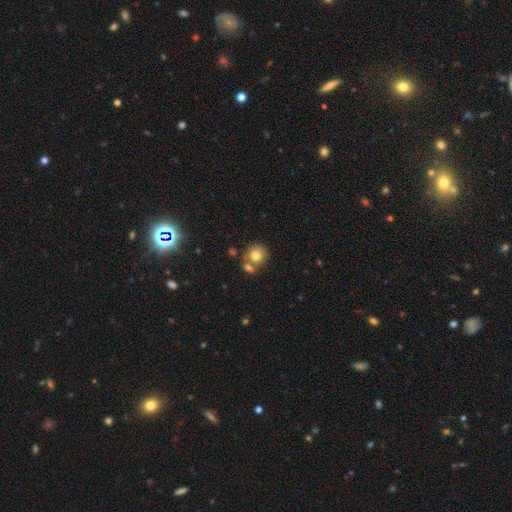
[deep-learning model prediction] smooth_or_featured: smooth (p=0.76) [alt: featured or disk p=0.13]
how_rounded: round (p=0.86) [alt: in between p=0.13]
merging: none (p=0.55) [alt: merger p=0.31]